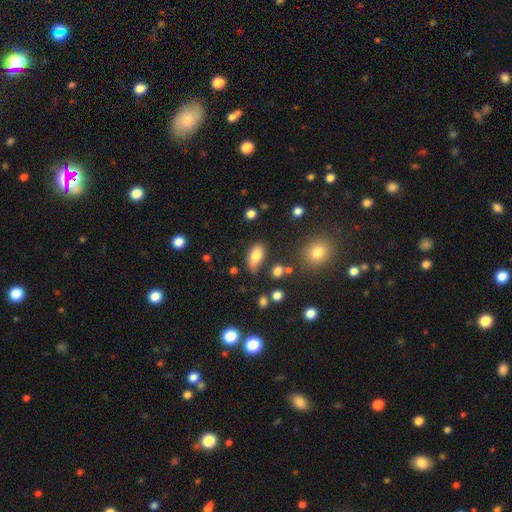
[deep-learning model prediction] Smooth or featured? smooth (79%)
How rounded? in between (90%)
Merging? none (60%)